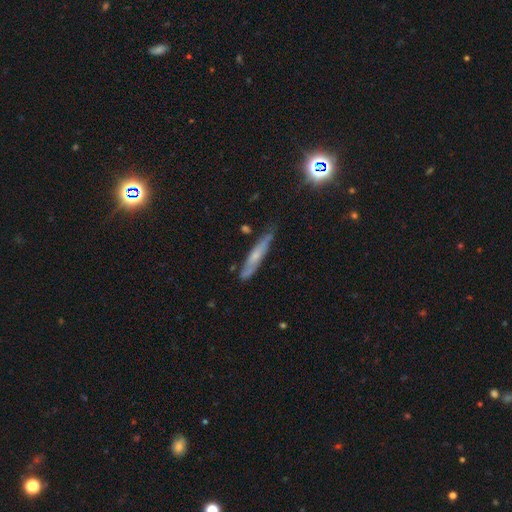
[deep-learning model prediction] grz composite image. It shows a featured or disk galaxy (49%). Merging: none (70%).